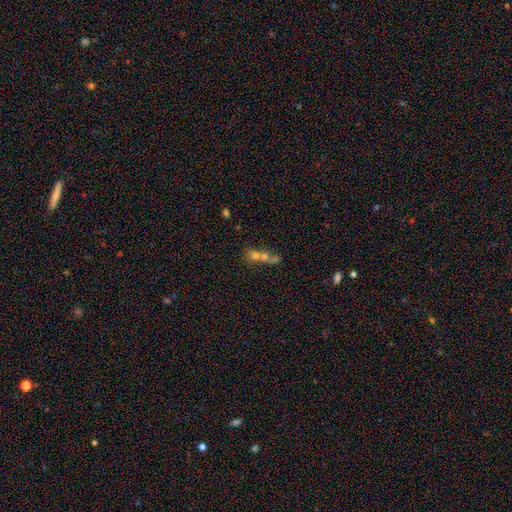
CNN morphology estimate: smooth_or_featured: smooth (p=0.53) [alt: featured or disk p=0.26]
how_rounded: round (p=0.58) [alt: in between p=0.34]
merging: merger (p=0.62) [alt: none p=0.26]